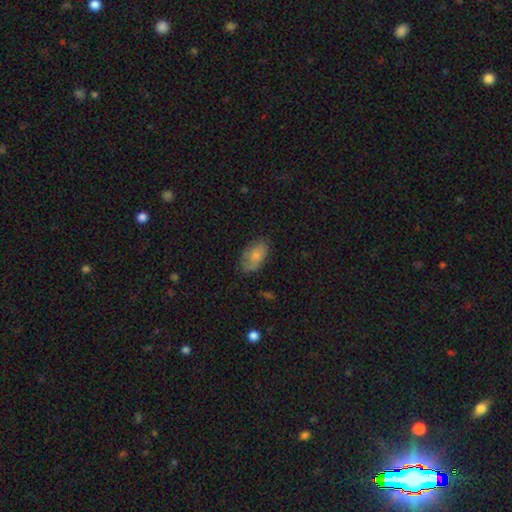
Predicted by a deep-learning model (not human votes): Q: Smooth or featured?
A: smooth (71%); runner-up: featured or disk (22%)
Q: How rounded?
A: in between (92%); runner-up: round (6%)
Q: Merging?
A: none (70%); runner-up: minor disturbance (23%)